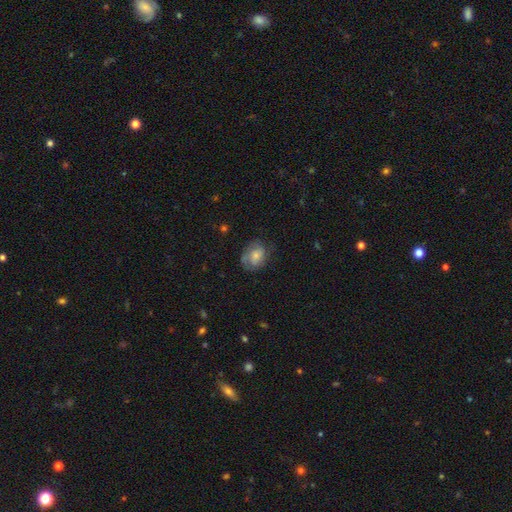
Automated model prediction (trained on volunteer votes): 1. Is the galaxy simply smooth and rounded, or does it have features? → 55% smooth, 37% featured or disk, 8% star or artifact.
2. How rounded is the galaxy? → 65% in between, 34% round, 1% cigar-shaped.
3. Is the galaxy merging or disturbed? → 62% none, 26% minor disturbance, 11% major disturbance, 1% merger.